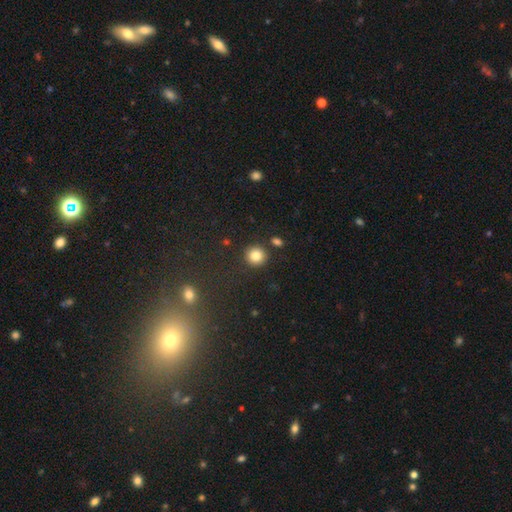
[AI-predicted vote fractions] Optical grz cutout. It shows a smooth galaxy with no disk features (84%) that is round (92%). Merging: none (87%).